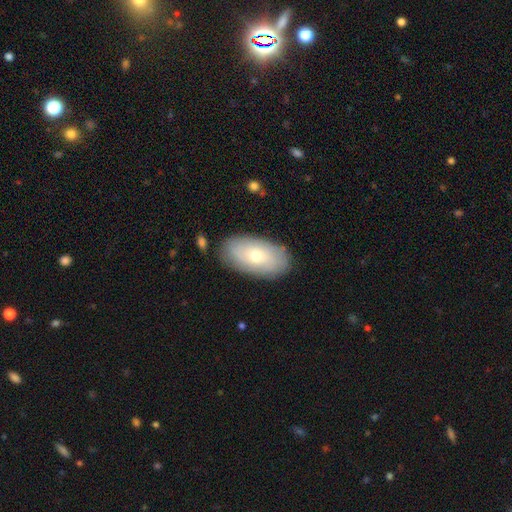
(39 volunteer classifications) A smooth galaxy with no disk features (64%) that is in between round and cigar-shaped (80%). Merging: none (89%).